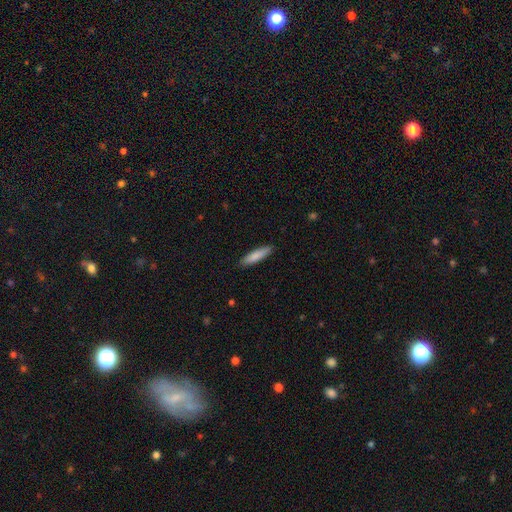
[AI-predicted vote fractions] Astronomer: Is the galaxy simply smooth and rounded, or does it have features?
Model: smooth — 84%.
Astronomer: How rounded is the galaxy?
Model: cigar-shaped — 79%.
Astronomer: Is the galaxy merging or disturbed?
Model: none — 89%.